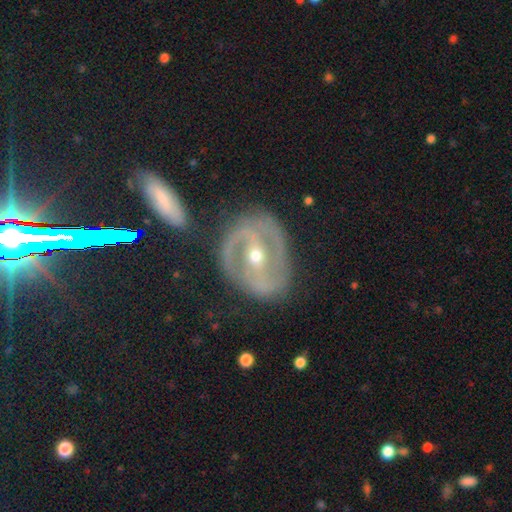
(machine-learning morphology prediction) smooth_or_featured: featured or disk (p=0.86) [alt: smooth p=0.08]
disk_edge_on: no (p=0.95) [alt: yes p=0.05]
bar: strong (p=0.60) [alt: weak p=0.27]
has_spiral_arms: yes (p=0.83) [alt: no p=0.17]
spiral_winding: tight (p=0.43) [tied with: medium p=0.43]
spiral_arm_count: 2 (p=0.84) [alt: can't tell p=0.08]
bulge_size: small (p=0.49) [alt: moderate p=0.48]
merging: none (p=0.77) [alt: minor disturbance p=0.14]